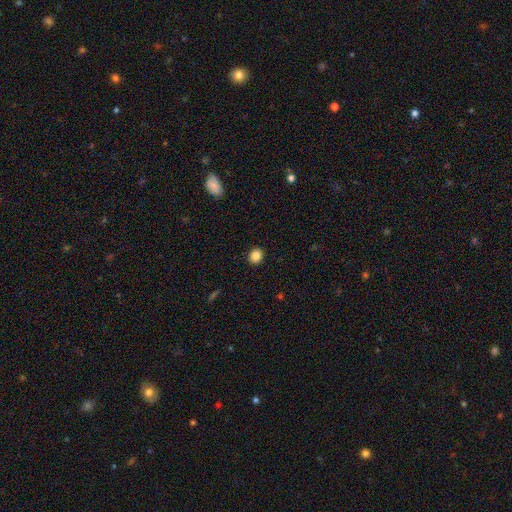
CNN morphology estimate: This appears to be a smooth galaxy with no disk features (85%) that is round (68%). Merging: none (91%).